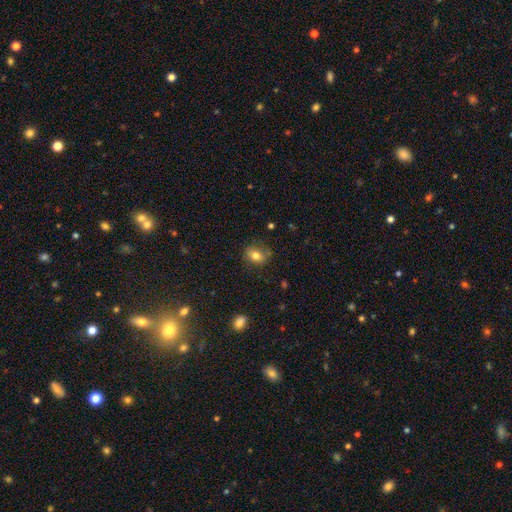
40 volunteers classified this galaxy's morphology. Smooth or featured? 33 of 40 (82%) said smooth. How rounded? 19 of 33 (58%) said in between. Merging? 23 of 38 (61%) said none.